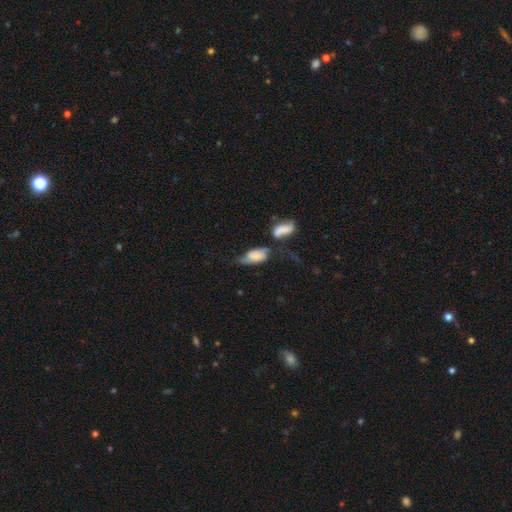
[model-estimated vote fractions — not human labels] A smooth galaxy with no disk features (55%) that is in between round and cigar-shaped (87%). Merging: merger (29%).